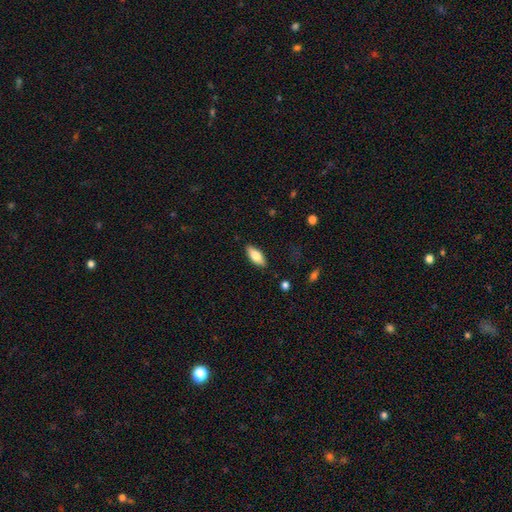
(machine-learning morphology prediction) Q: Smooth or featured?
A: smooth (76%); runner-up: featured or disk (17%)
Q: How rounded?
A: in between (77%); runner-up: cigar-shaped (21%)
Q: Merging?
A: none (87%); runner-up: minor disturbance (9%)